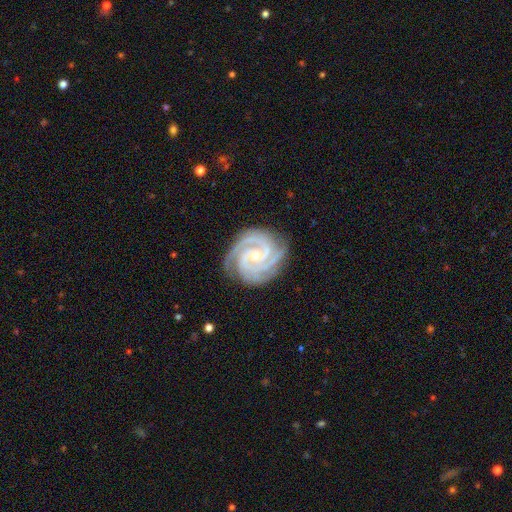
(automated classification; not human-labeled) Smooth or featured: featured or disk — 94% (star or artifact — 4%)
Edge-on disk: no — 98% (yes — 2%)
Bar: no — 61% (weak — 27%)
Spiral arms: yes — 99% (no — 1%)
Spiral winding: tight — 78% (medium — 21%)
Spiral arm count: 3 — 53% (4 — 15%)
Bulge size: small — 63% (moderate — 35%)
Merging: none — 82% (minor disturbance — 14%)